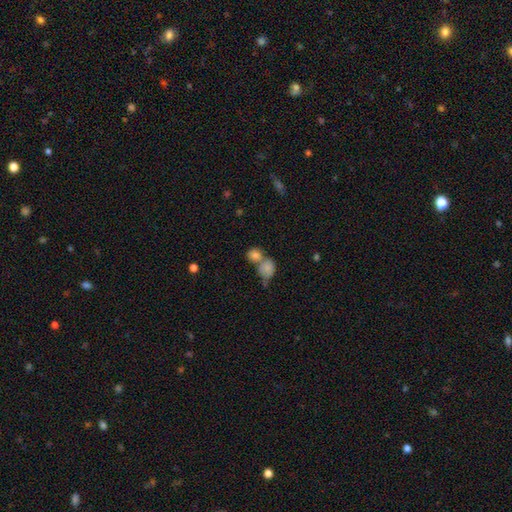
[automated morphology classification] A smooth galaxy with no disk features (75%) that is round (64%). Merging: merger (55%).